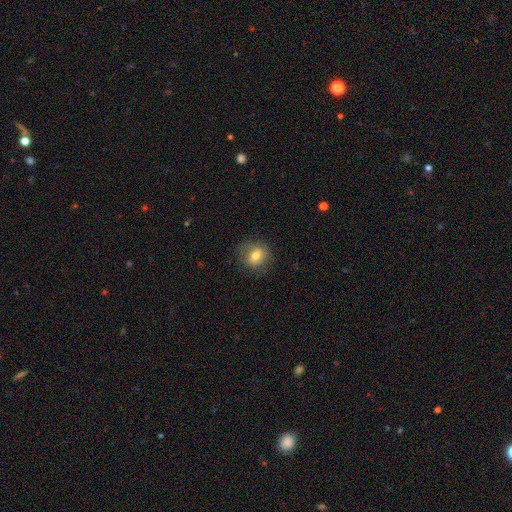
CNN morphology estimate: Smooth or featured: smooth — 69% (featured or disk — 22%)
How rounded: round — 65% (in between — 34%)
Merging: none — 75% (minor disturbance — 17%)